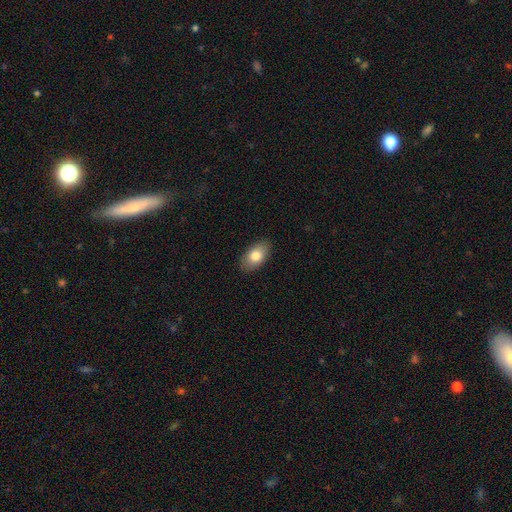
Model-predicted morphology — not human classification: Smooth or featured: smooth — 80% (featured or disk — 13%)
How rounded: in between — 92% (round — 6%)
Merging: none — 87% (minor disturbance — 10%)